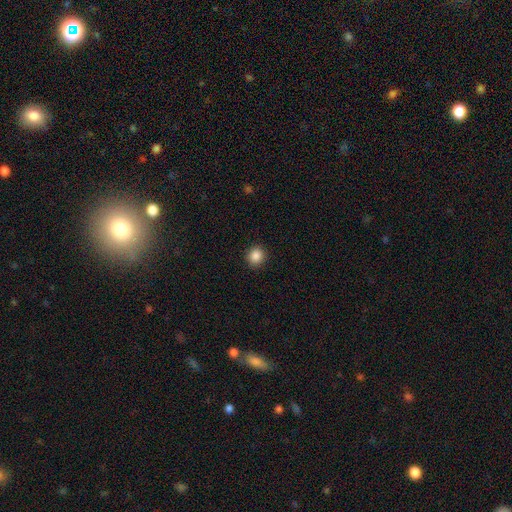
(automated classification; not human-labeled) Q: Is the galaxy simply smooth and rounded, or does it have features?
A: smooth — 87%.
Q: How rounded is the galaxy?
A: round — 86%.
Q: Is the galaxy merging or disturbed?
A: none — 91%.